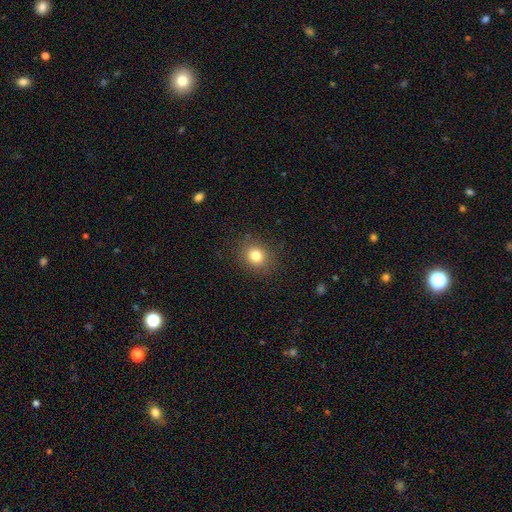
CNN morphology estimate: This appears to be a smooth galaxy with no disk features (81%) that is round (71%). Merging: none (87%).